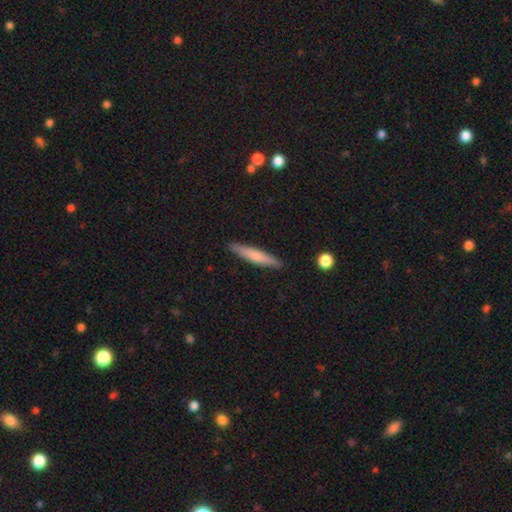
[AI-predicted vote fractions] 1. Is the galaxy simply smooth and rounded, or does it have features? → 66% smooth, 28% featured or disk, 5% star or artifact.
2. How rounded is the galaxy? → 91% cigar-shaped, 7% in between, 1% round.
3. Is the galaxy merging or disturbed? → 89% none, 8% minor disturbance, 2% major disturbance, 1% merger.